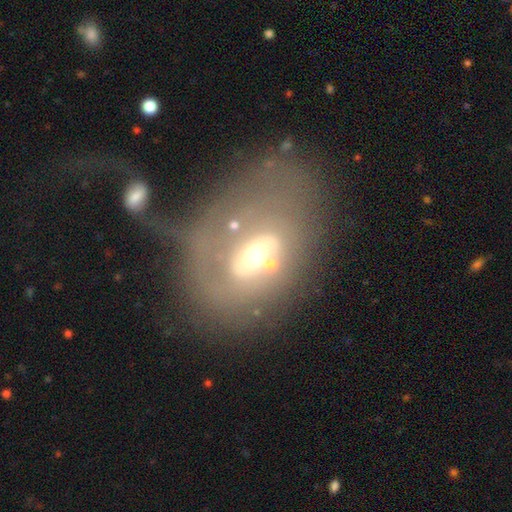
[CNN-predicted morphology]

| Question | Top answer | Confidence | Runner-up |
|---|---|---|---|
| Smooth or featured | featured or disk | 58% | smooth (30%) |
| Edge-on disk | no | 94% | yes (6%) |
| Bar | no | 66% | weak (26%) |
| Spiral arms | no | 60% | yes (40%) |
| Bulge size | moderate | 60% | small (24%) |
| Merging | merger | 34% | major disturbance (28%) |